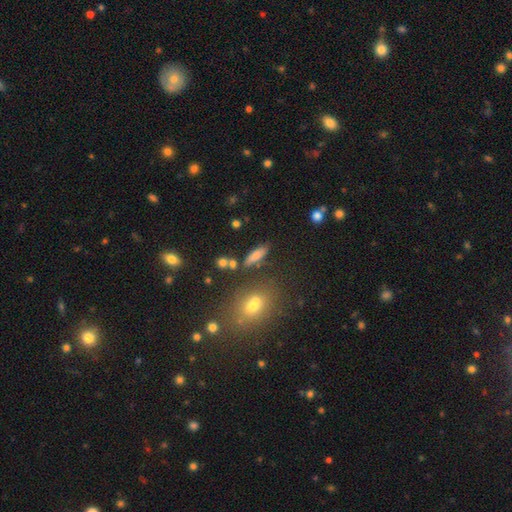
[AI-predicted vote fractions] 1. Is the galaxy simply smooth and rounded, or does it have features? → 71% smooth, 17% featured or disk, 12% star or artifact.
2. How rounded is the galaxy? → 50% cigar-shaped, 45% in between, 5% round.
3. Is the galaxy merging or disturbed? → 73% none, 14% minor disturbance, 9% merger, 5% major disturbance.